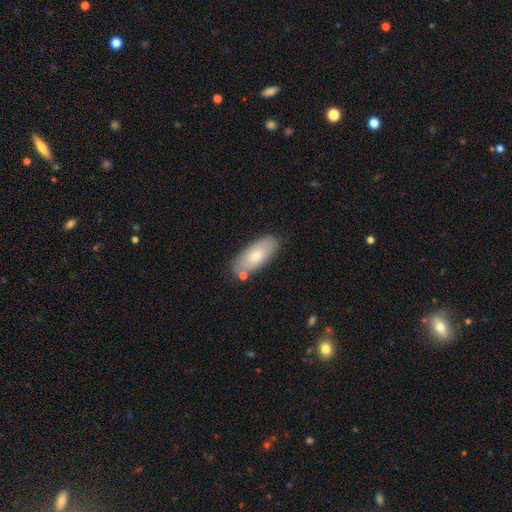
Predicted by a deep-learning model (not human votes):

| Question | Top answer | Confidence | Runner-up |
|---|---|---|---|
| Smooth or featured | smooth | 69% | featured or disk (25%) |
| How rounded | in between | 87% | cigar-shaped (11%) |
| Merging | none | 76% | minor disturbance (14%) |